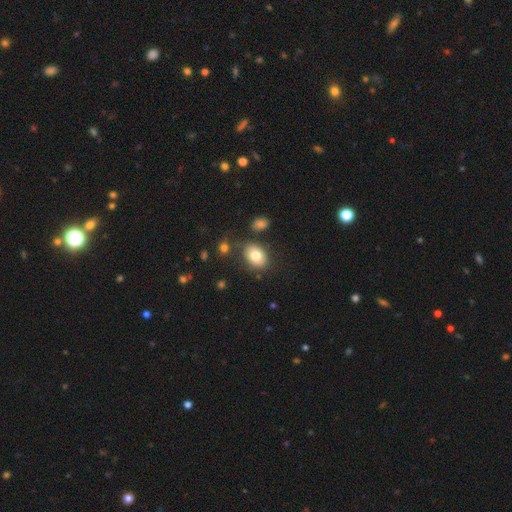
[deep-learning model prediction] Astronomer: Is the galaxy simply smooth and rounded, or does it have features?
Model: smooth — 80%.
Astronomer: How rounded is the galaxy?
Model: in between — 73%.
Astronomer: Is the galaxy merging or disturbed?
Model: none — 77%.